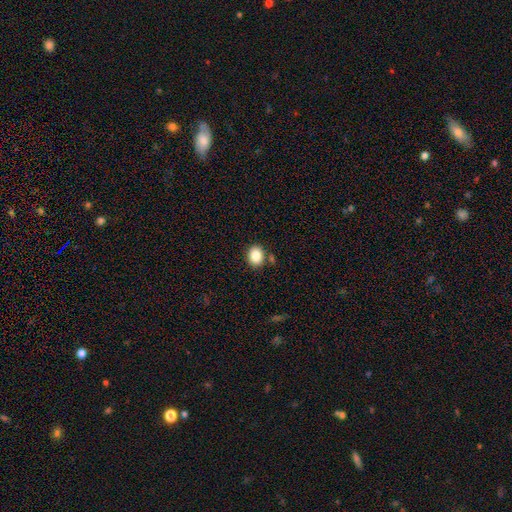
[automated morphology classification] This is clearly a smooth galaxy (86%). How rounded: possibly in between (50%). Merging: clearly none (81%).